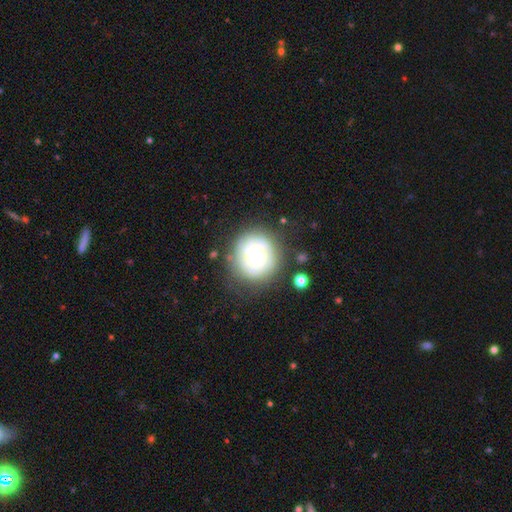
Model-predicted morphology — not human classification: A featured or disk galaxy (59%) with no bar (78%), spiral arms (83%) and a moderate central bulge (53%).

Vote fractions:
- Smooth or featured? featured or disk: 59% / smooth: 32% / star or artifact: 8%
- Edge-on disk? no: 98% / yes: 2%
- Bar? no: 78% / weak: 18% / strong: 4%
- Spiral arms? yes: 83% / no: 17%
- Bulge size? moderate: 53% / large: 25% / small: 16% / dominant: 4% / none: 2%
- Merging? none: 73% / minor disturbance: 16% / major disturbance: 8% / merger: 2%